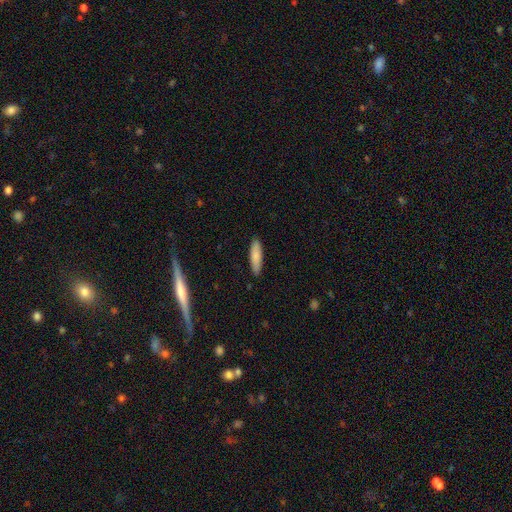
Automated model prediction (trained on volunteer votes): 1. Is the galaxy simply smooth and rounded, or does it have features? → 82% smooth, 13% featured or disk, 6% star or artifact.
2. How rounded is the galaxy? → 65% cigar-shaped, 33% in between, 1% round.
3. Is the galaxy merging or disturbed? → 88% none, 9% minor disturbance, 2% major disturbance, 1% merger.